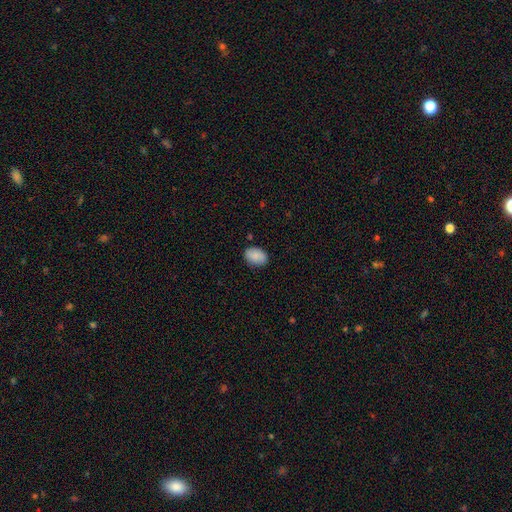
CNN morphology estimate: Smooth or featured? Predicted: smooth (p=0.87). How rounded? Predicted: in between (p=0.81). Merging? Predicted: none (p=0.84).